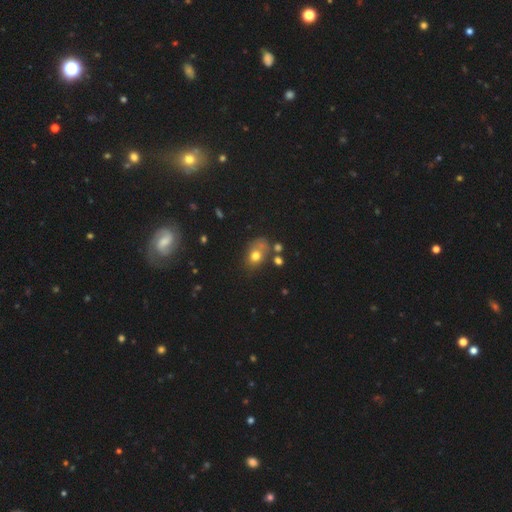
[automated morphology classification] Smooth or featured? Predicted: smooth (p=0.70). How rounded? Predicted: in between (p=0.65). Merging? Predicted: none (p=0.47).